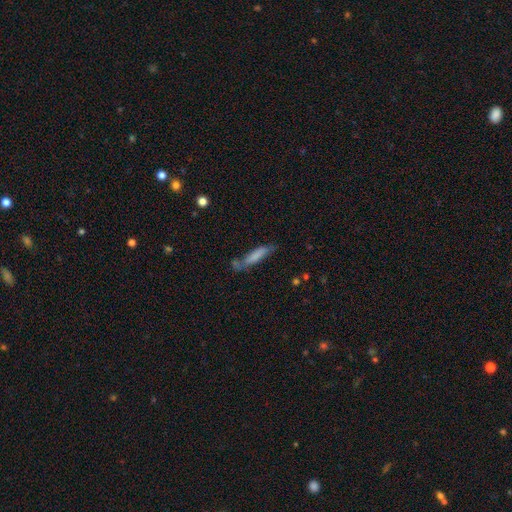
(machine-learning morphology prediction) The model was most divided on "merging": none: 52%, minor disturbance: 27%, major disturbance: 11%, merger: 10%. More confident: how rounded — cigar-shaped (79%); smooth or featured — smooth (71%).